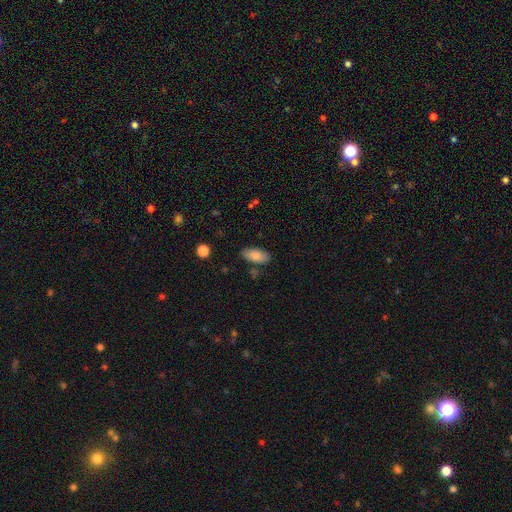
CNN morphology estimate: Q: Smooth or featured?
A: smooth (85%); runner-up: featured or disk (8%)
Q: How rounded?
A: in between (88%); runner-up: cigar-shaped (9%)
Q: Merging?
A: none (82%); runner-up: minor disturbance (12%)